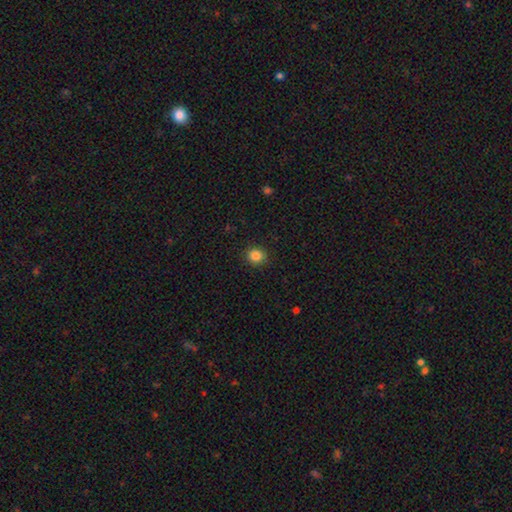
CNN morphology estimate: smooth 86%, star or artifact 10%, featured or disk 4%. Down the decision tree: how rounded — round (87%); merging — none (91%).